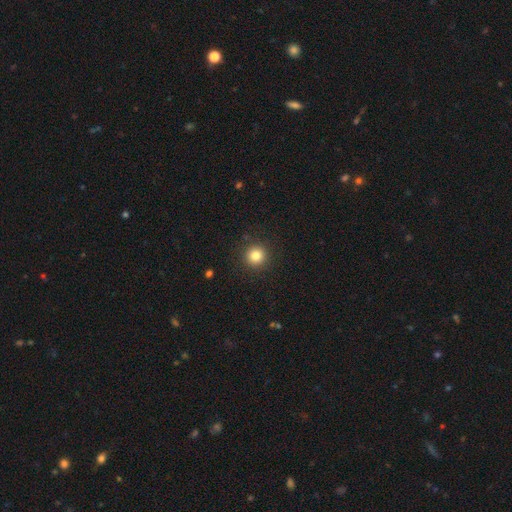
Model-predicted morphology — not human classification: type=smooth (82%); roundness=round (95%); merging=none (91%).